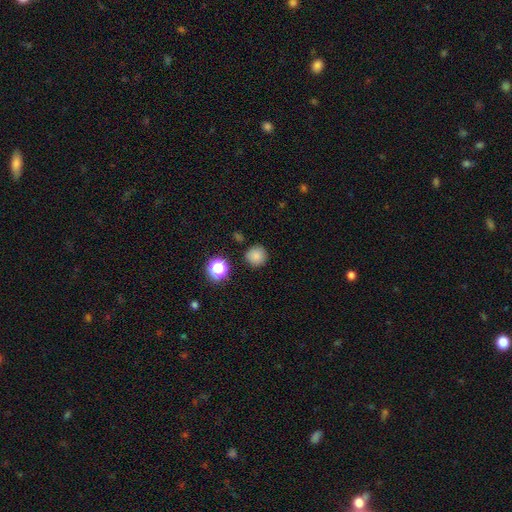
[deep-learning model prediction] Smooth or featured: smooth — 81% (star or artifact — 14%)
How rounded: round — 94% (in between — 5%)
Merging: none — 87% (minor disturbance — 8%)